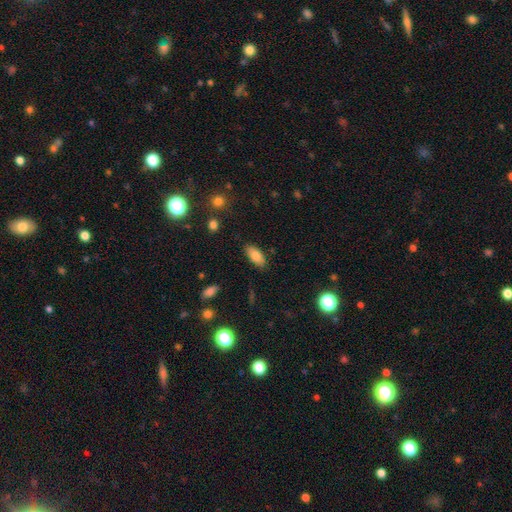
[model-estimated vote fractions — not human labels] A smooth galaxy with no disk features (82%) that is in between round and cigar-shaped (88%).

Vote fractions:
- Smooth or featured? smooth: 82% / featured or disk: 10% / star or artifact: 8%
- How rounded? in between: 88% / cigar-shaped: 10% / round: 2%
- Merging? none: 86% / minor disturbance: 10% / major disturbance: 2% / merger: 1%